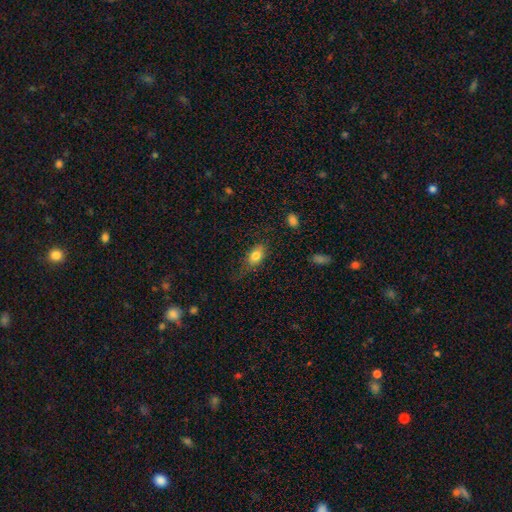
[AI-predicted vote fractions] This appears to be a smooth galaxy with no disk features (79%) that is in between round and cigar-shaped (83%). Merging: none (63%).